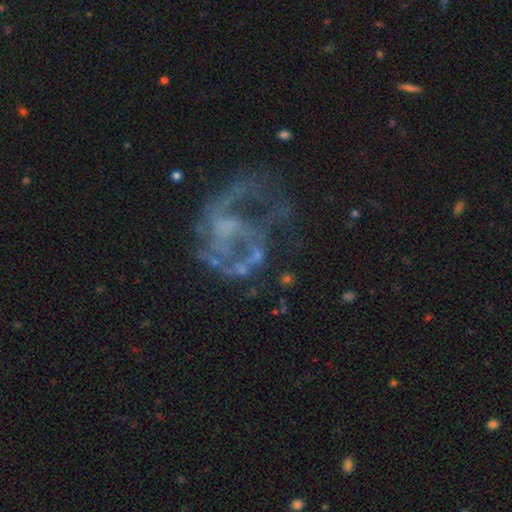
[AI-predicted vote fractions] smooth-or-featured: featured or disk: 74% | star or artifact: 14% | smooth: 11%
  disk-edge-on: no: 98% | yes: 2%
    bar: no: 69% | weak: 24% | strong: 7%
    has-spiral-arms: yes: 55% | no: 45%
    bulge-size: none: 62% | small: 21% | moderate: 13% | large: 3% | dominant: 1%
  merging: major disturbance: 41% | none: 38% | minor disturbance: 14% | merger: 7%